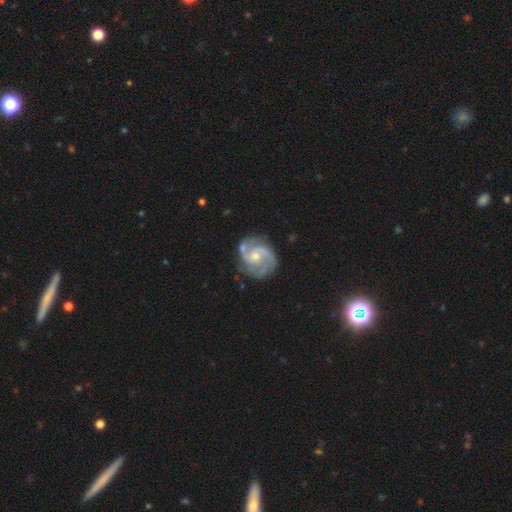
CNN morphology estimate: The model was most divided on "bulge size": small: 53%, moderate: 42%, none: 2%, large: 2%, dominant: 1%. More confident: edge-on disk — no (98%); spiral arms — yes (98%); smooth or featured — featured or disk (90%); merging — none (75%); spiral arm count — 2 (69%); bar — no (62%); spiral winding — medium (55%).